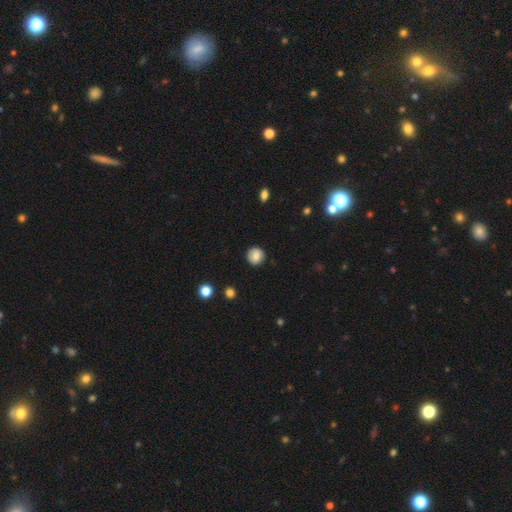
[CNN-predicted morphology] This appears to be a smooth galaxy with no disk features (84%) that is round (91%). Merging: none (89%).